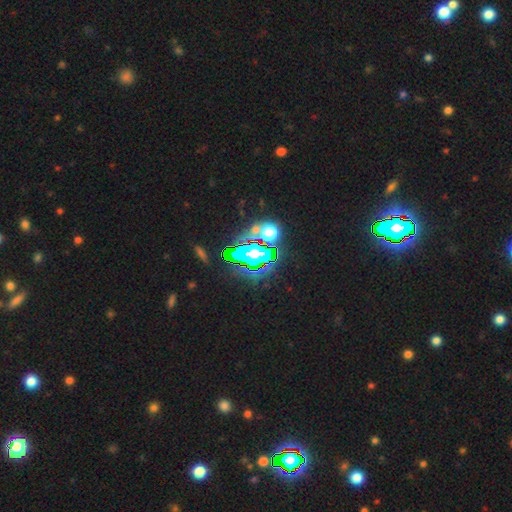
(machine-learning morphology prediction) This appears to be a star or artifact, not a galaxy (78%).